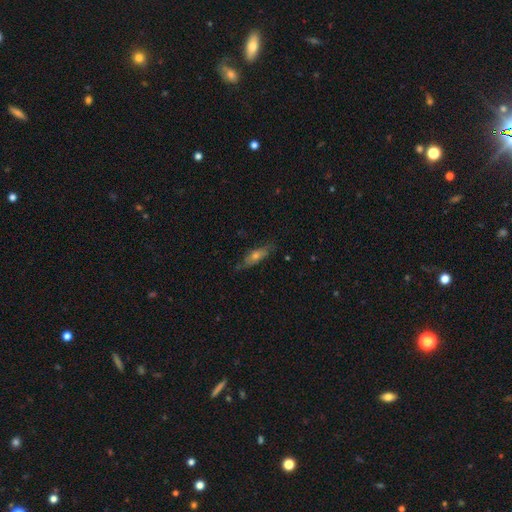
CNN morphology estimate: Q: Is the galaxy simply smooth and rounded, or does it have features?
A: featured or disk — 51%.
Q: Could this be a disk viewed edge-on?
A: yes — 55%.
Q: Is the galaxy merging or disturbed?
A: none — 75%.